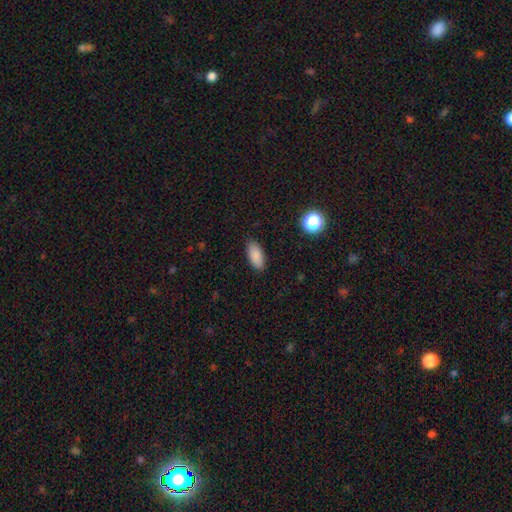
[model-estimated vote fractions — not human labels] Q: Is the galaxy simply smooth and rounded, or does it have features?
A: smooth — 87%.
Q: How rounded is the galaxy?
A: in between — 88%.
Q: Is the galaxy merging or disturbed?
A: none — 87%.